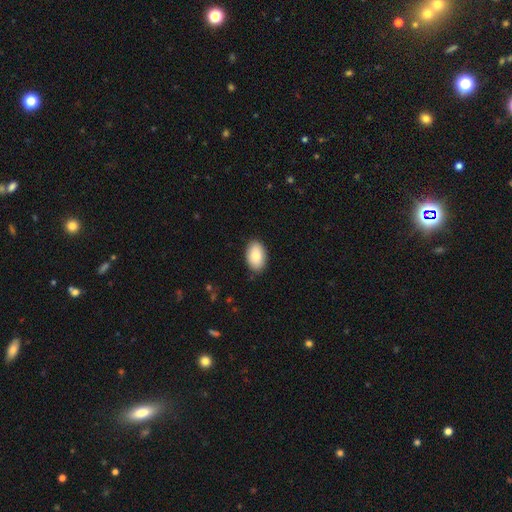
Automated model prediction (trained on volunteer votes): Overall: smooth (83%). How rounded: in between (92%). Merging: none (88%).